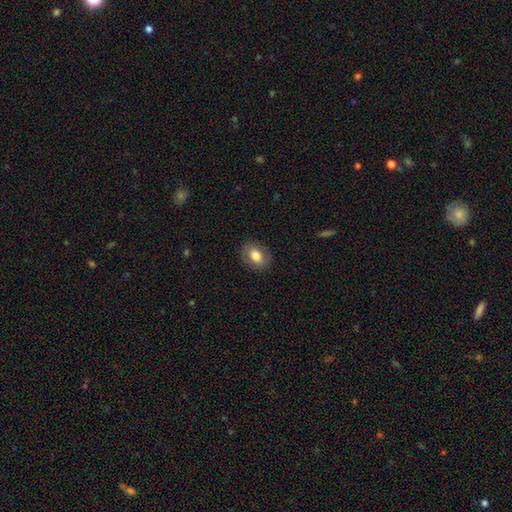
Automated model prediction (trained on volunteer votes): A smooth galaxy with no disk features (76%) that is in between round and cigar-shaped (75%).

Vote fractions:
- Smooth or featured? smooth: 76% / featured or disk: 16% / star or artifact: 7%
- How rounded? in between: 75% / round: 23% / cigar-shaped: 1%
- Merging? none: 86% / minor disturbance: 10% / major disturbance: 3% / merger: 1%